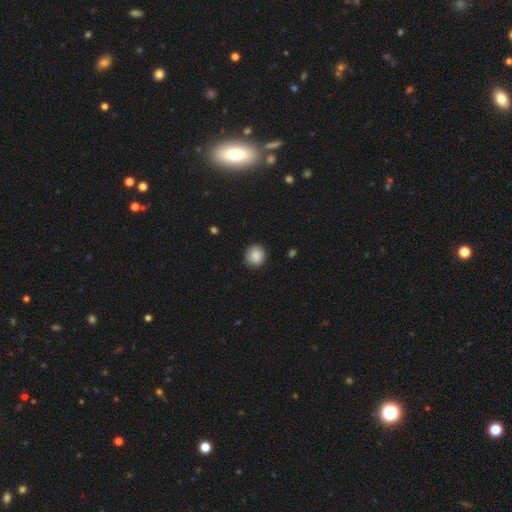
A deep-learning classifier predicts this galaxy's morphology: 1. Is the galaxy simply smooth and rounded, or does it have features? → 88% smooth, 8% star or artifact, 4% featured or disk.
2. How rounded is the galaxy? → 86% round, 14% in between, 1% cigar-shaped.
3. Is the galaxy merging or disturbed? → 89% none, 8% minor disturbance, 2% major disturbance, 1% merger.